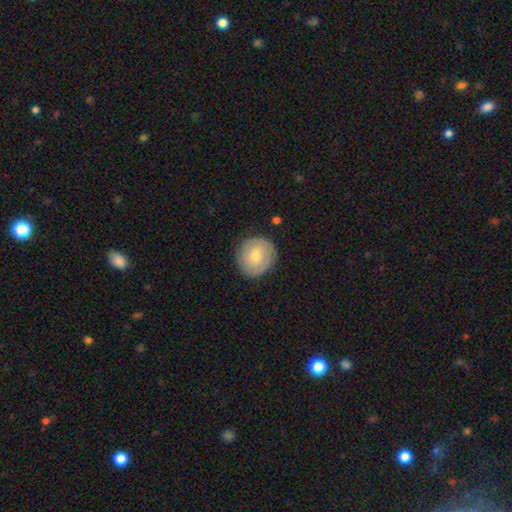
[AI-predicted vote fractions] This is possibly a smooth galaxy (51%). How rounded: clearly round (89%). Merging: clearly none (86%).